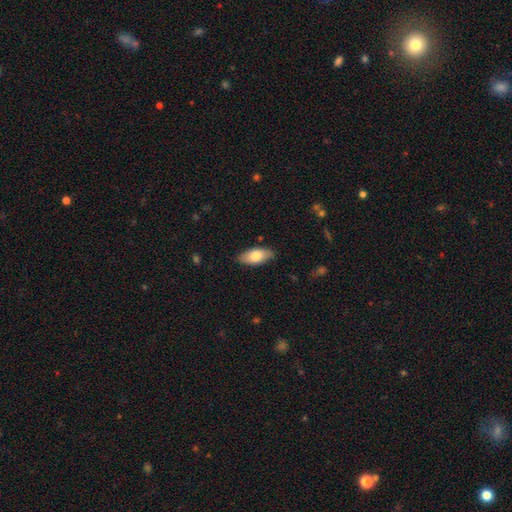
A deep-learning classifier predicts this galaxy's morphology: The model was most divided on "smooth or featured": smooth: 78%, featured or disk: 16%, star or artifact: 6%. More confident: how rounded — in between (89%); merging — none (85%).